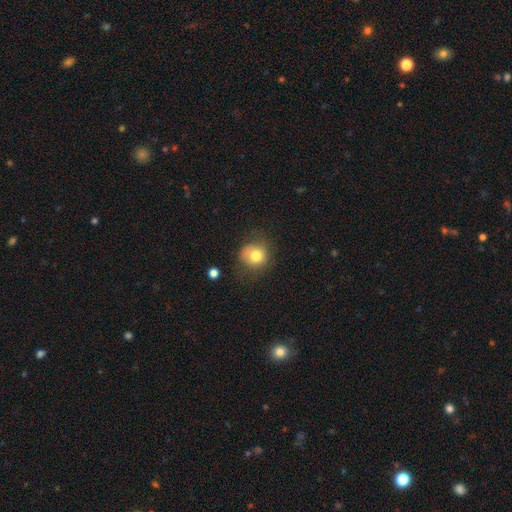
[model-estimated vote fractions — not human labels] Smooth or featured? Predicted: smooth (p=0.77). How rounded? Predicted: round (p=0.84). Merging? Predicted: none (p=0.61).